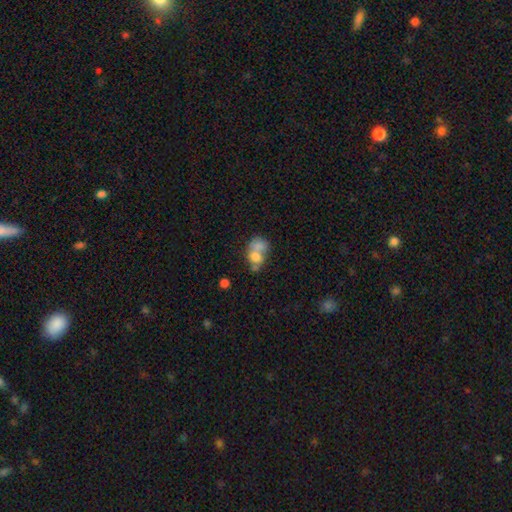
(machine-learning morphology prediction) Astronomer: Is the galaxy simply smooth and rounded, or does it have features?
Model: smooth — 66%.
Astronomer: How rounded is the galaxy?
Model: in between — 58% (runner-up: round, 41%).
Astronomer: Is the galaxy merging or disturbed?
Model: merger — 60%.